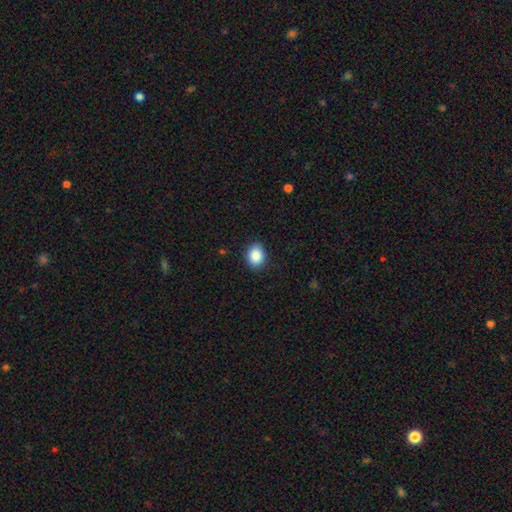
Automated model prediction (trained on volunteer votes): Overall: smooth (88%). How rounded: in between (52%; round 47%). Merging: none (87%).